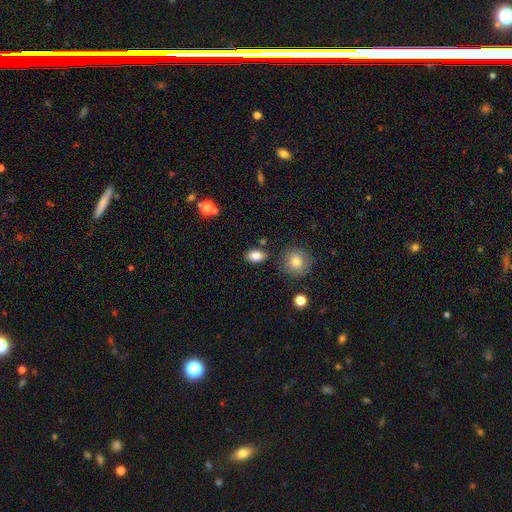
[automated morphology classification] A smooth galaxy with no disk features (84%) that is in between round and cigar-shaped (82%).

Vote fractions:
- Smooth or featured? smooth: 84% / star or artifact: 9% / featured or disk: 7%
- How rounded? in between: 82% / round: 17% / cigar-shaped: 2%
- Merging? none: 82% / minor disturbance: 11% / merger: 5% / major disturbance: 3%